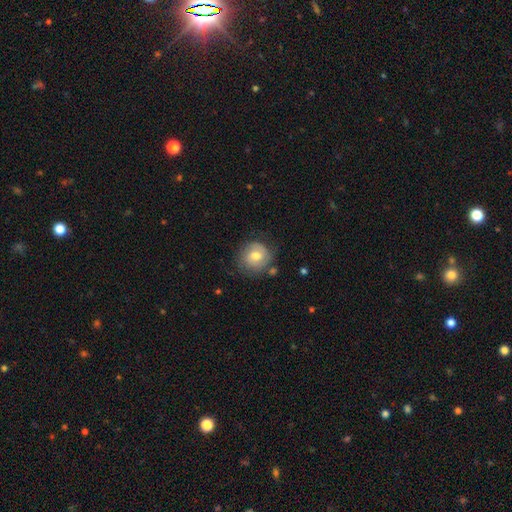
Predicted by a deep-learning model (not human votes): This is likely a smooth galaxy (63%). How rounded: clearly round (87%). Merging: likely none (71%).